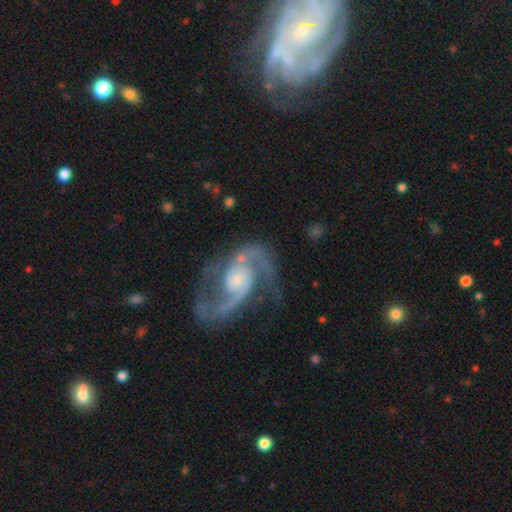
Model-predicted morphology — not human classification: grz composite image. It shows a featured or disk galaxy (92%) with no bar (47%), 2 (92%) medium (57%) spiral arms (98%) and a small central bulge (42%). Merging: none (74%).